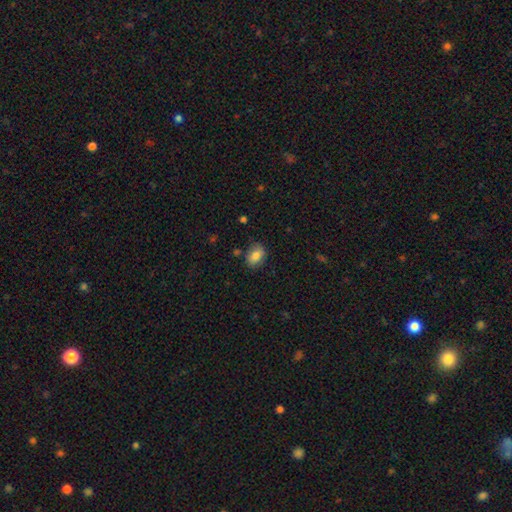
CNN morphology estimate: Overall: smooth (81%). How rounded: in between (75%). Merging: none (79%).